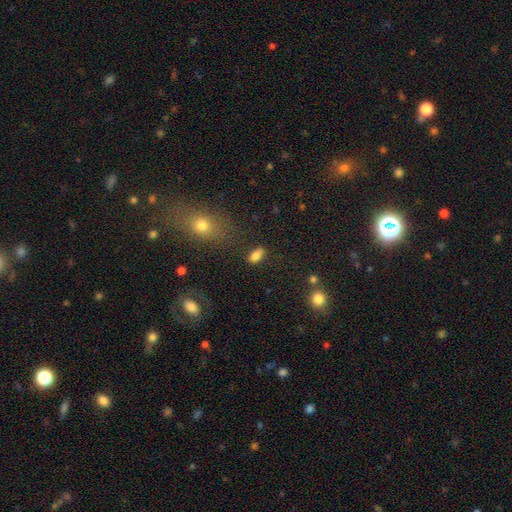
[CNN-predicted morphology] smooth 80%, star or artifact 10%, featured or disk 10%. Down the decision tree: how rounded — in between (85%); merging — none (74%).